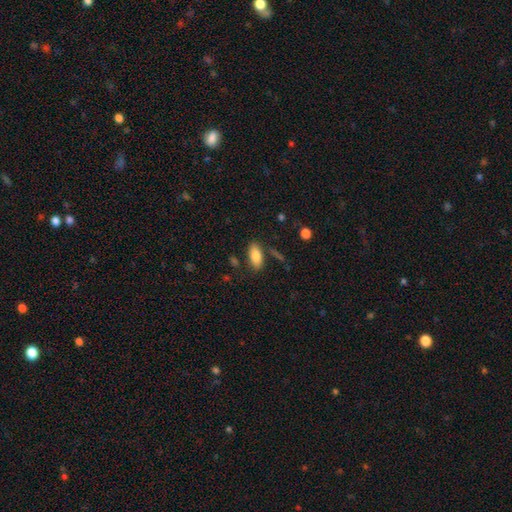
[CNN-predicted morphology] type=smooth (82%); roundness=in between (88%); merging=none (79%).